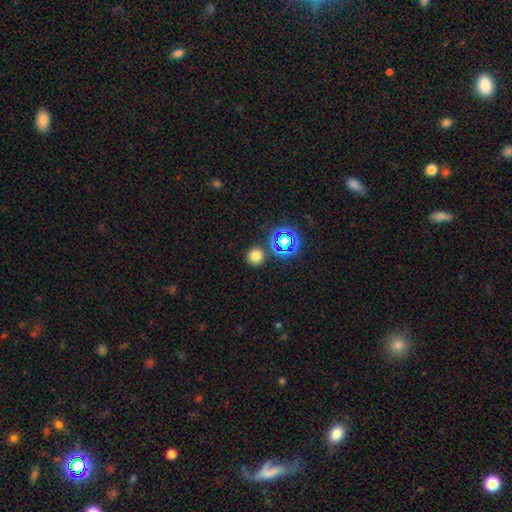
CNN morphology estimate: Smooth or featured?
  - smooth: 72% *
  - star or artifact: 22%
  - featured or disk: 6%
How rounded?
  - round: 93% *
  - in between: 6%
  - cigar-shaped: 1%
Merging?
  - none: 85% *
  - minor disturbance: 6%
  - merger: 6%
  - major disturbance: 2%